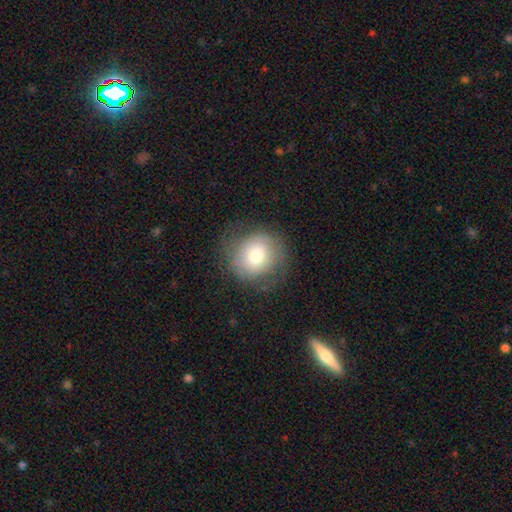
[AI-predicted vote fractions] A smooth galaxy with no disk features (64%) that is round (83%).

Vote fractions:
- Smooth or featured? smooth: 64% / featured or disk: 27% / star or artifact: 9%
- How rounded? round: 83% / in between: 16% / cigar-shaped: 1%
- Merging? none: 67% / minor disturbance: 20% / major disturbance: 12% / merger: 1%